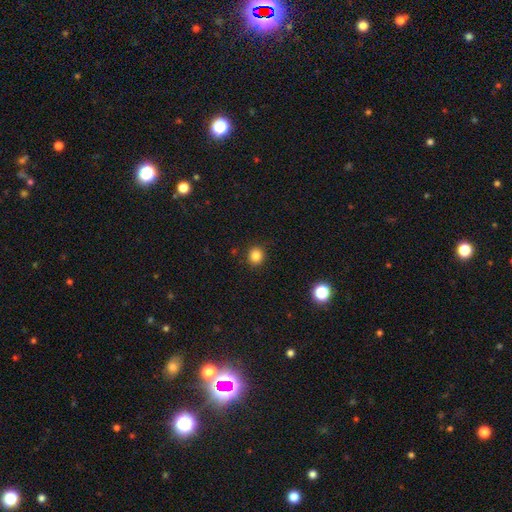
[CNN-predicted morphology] smooth-or-featured: smooth: 84% | star or artifact: 12% | featured or disk: 4%
  how-rounded: round: 87% | in between: 12% | cigar-shaped: 1%
  merging: none: 89% | minor disturbance: 7% | major disturbance: 2% | merger: 1%